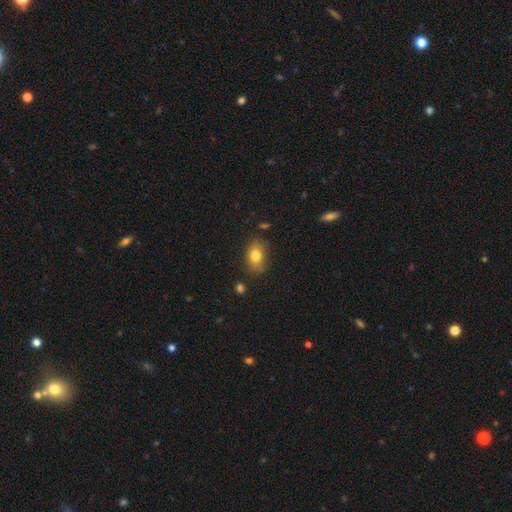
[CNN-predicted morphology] Overall: smooth (79%). How rounded: in between (72%). Merging: none (72%).